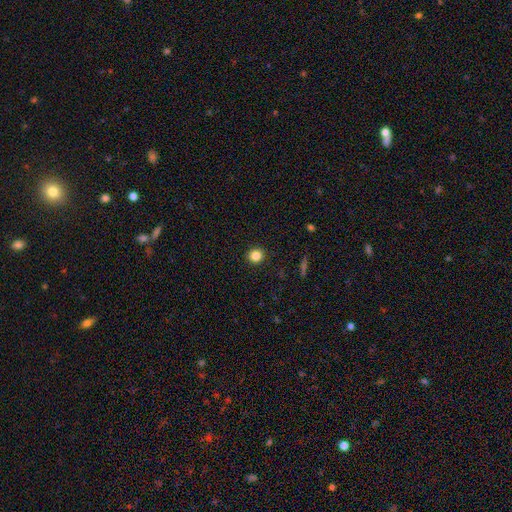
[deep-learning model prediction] smooth 84%, star or artifact 11%, featured or disk 5%. Down the decision tree: how rounded — round (92%); merging — none (92%).